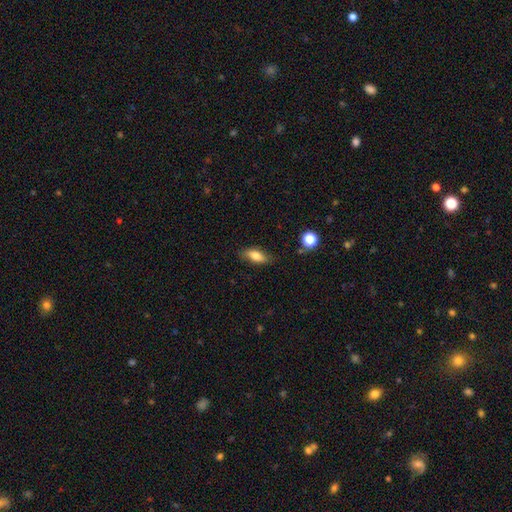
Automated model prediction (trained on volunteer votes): Smooth or featured?
  - smooth: 74% *
  - featured or disk: 18%
  - star or artifact: 8%
How rounded?
  - in between: 74% *
  - cigar-shaped: 22%
  - round: 4%
Merging?
  - none: 78% *
  - minor disturbance: 17%
  - major disturbance: 4%
  - merger: 2%